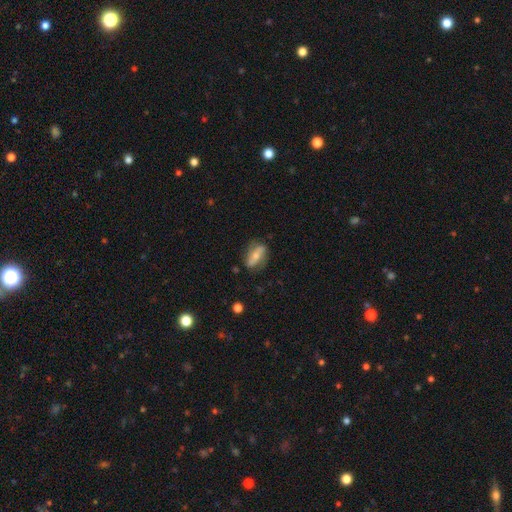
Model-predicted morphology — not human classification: Smooth or featured? featured or disk (55%)
Edge-on disk? no (82%)
Merging? none (72%)